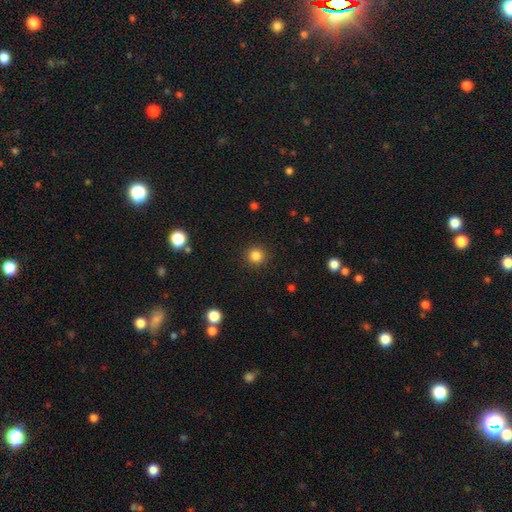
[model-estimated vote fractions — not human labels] smooth 84%, star or artifact 12%, featured or disk 4%. Down the decision tree: how rounded — round (94%); merging — none (92%).